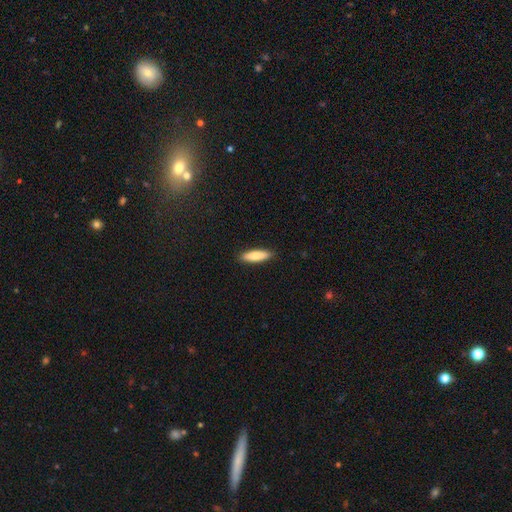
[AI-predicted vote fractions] Q: Smooth or featured?
A: smooth (80%); runner-up: featured or disk (15%)
Q: How rounded?
A: cigar-shaped (61%); runner-up: in between (38%)
Q: Merging?
A: none (89%); runner-up: minor disturbance (8%)